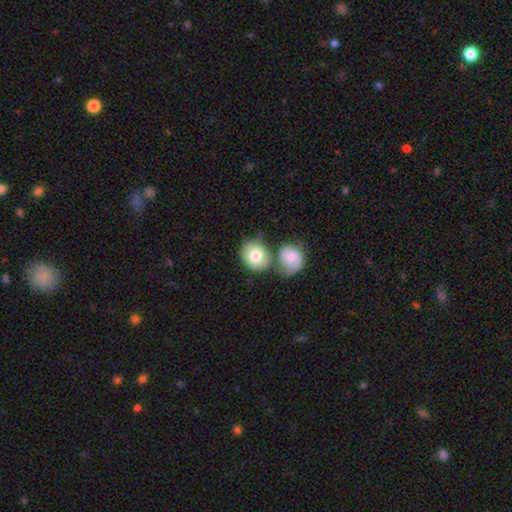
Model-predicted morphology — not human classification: Q: Smooth or featured?
A: smooth (76%); runner-up: featured or disk (18%)
Q: How rounded?
A: round (74%); runner-up: in between (25%)
Q: Merging?
A: none (44%); runner-up: merger (37%)